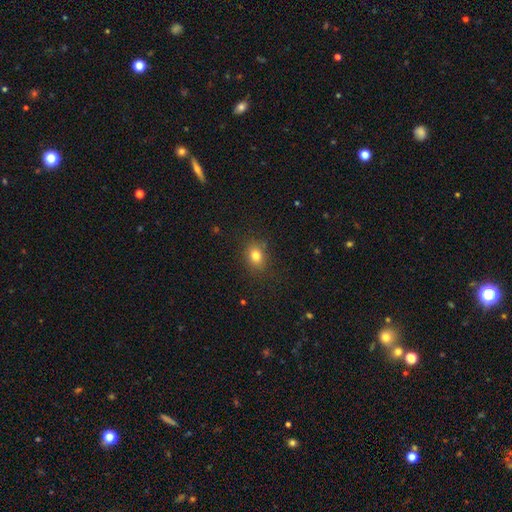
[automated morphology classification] Overall: smooth (80%). How rounded: in between (50%; round 49%). Merging: none (84%).